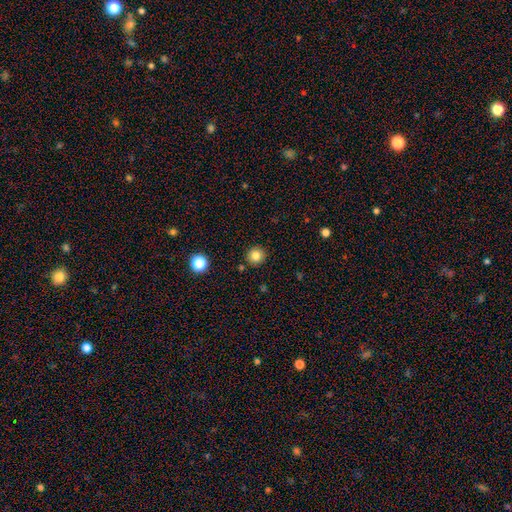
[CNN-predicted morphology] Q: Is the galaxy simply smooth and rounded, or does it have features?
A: smooth — 81%.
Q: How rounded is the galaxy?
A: round — 93%.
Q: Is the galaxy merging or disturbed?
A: none — 90%.